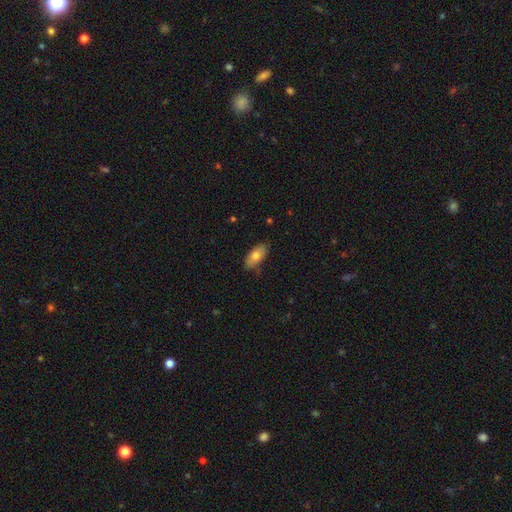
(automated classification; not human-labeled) Smooth or featured? smooth (74%)
How rounded? in between (87%)
Merging? none (77%)